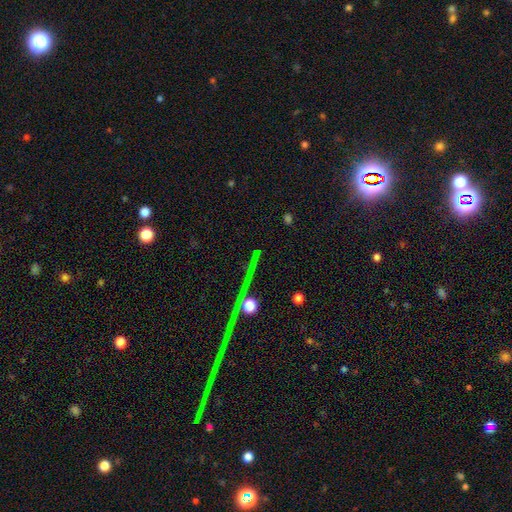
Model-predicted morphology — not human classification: Smooth or featured?
  - star or artifact: 61% *
  - smooth: 22%
  - featured or disk: 17%